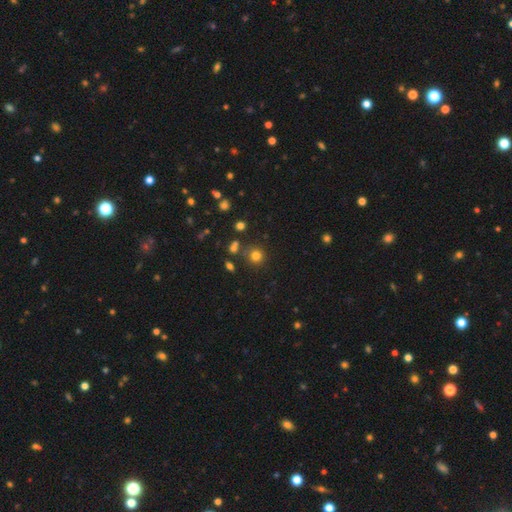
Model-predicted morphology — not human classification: type=smooth (77%); roundness=round (90%); merging=none (81%).